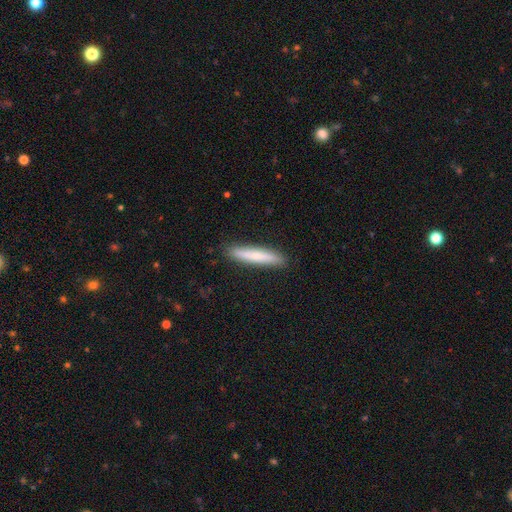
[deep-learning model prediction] A smooth galaxy with no disk features (69%) that is cigar-shaped (93%). Merging: none (90%).